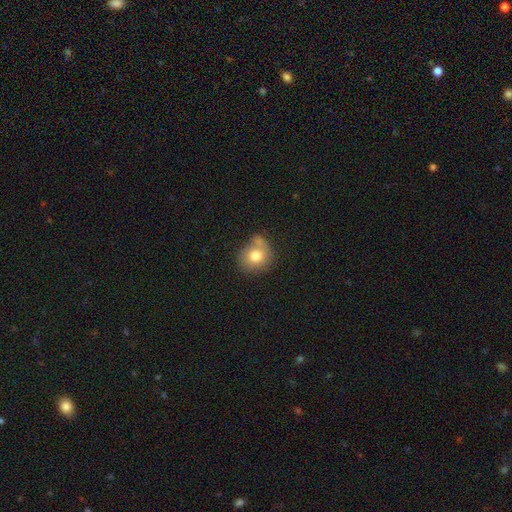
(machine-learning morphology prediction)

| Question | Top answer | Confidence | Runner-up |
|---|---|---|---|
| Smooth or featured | smooth | 76% | featured or disk (15%) |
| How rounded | round | 79% | in between (20%) |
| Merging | none | 49% | merger (25%) |